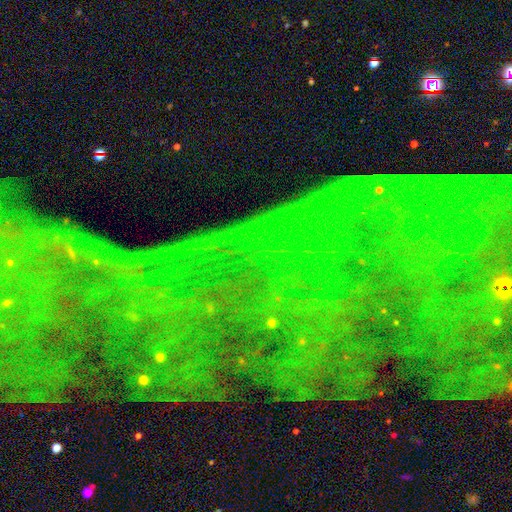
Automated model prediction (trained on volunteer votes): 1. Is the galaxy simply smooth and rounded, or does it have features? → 82% star or artifact, 10% featured or disk, 7% smooth.